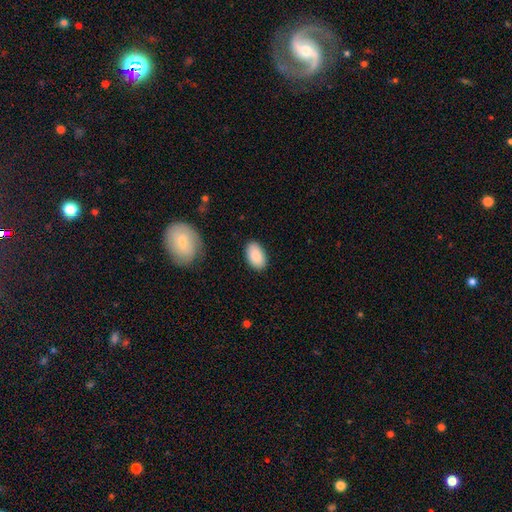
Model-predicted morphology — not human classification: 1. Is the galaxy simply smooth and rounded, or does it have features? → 88% smooth, 6% star or artifact, 5% featured or disk.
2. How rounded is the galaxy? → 93% in between, 6% round, 1% cigar-shaped.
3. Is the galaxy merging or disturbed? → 86% none, 10% minor disturbance, 2% major disturbance, 1% merger.